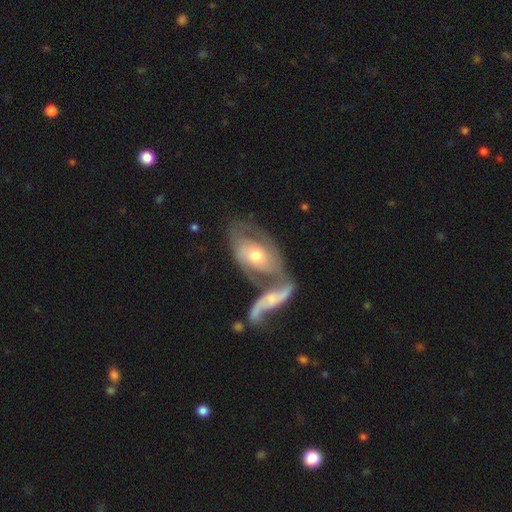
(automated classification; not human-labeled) Smooth or featured: featured or disk — 63% (smooth — 31%)
Edge-on disk: no — 91% (yes — 9%)
Bar: no — 65% (weak — 27%)
Spiral arms: yes — 72% (no — 28%)
Bulge size: moderate — 66% (small — 23%)
Merging: merger — 55% (none — 21%)